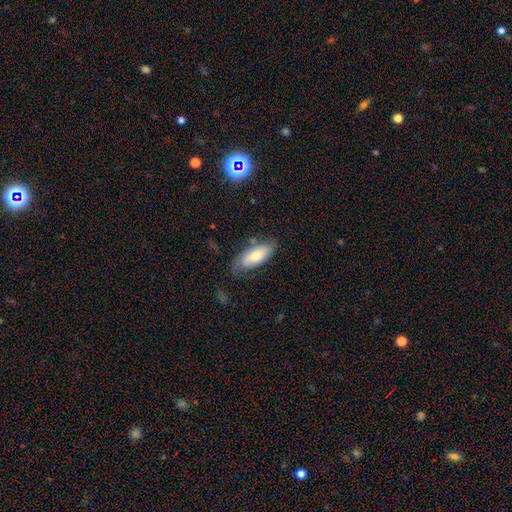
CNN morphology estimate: A smooth galaxy with no disk features (68%) that is in between round and cigar-shaped (83%).

Vote fractions:
- Smooth or featured? smooth: 68% / featured or disk: 26% / star or artifact: 6%
- How rounded? in between: 83% / cigar-shaped: 15% / round: 2%
- Merging? none: 63% / minor disturbance: 25% / major disturbance: 9% / merger: 3%